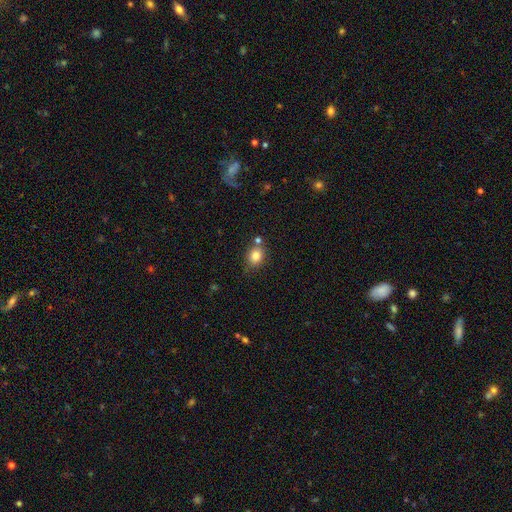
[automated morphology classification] This is clearly a smooth galaxy (82%). How rounded: possibly round (55%). Merging: likely none (70%).